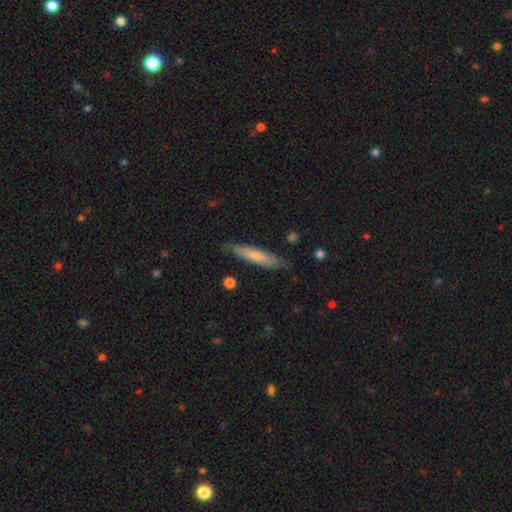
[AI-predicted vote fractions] A smooth galaxy with no disk features (64%) that is cigar-shaped (87%). Merging: none (79%).